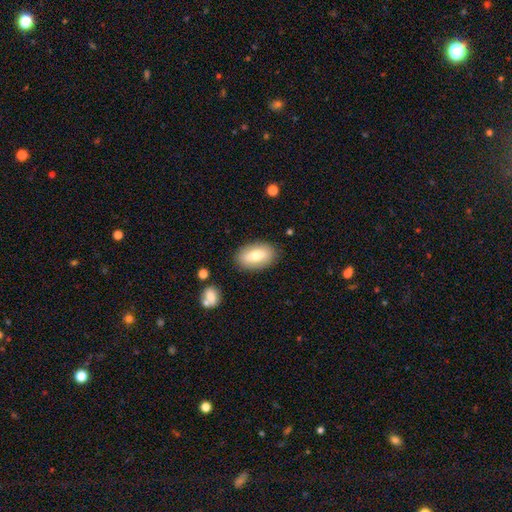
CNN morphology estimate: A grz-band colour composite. It shows a smooth galaxy with no disk features (75%) that is in between round and cigar-shaped (92%). Merging: none (85%).